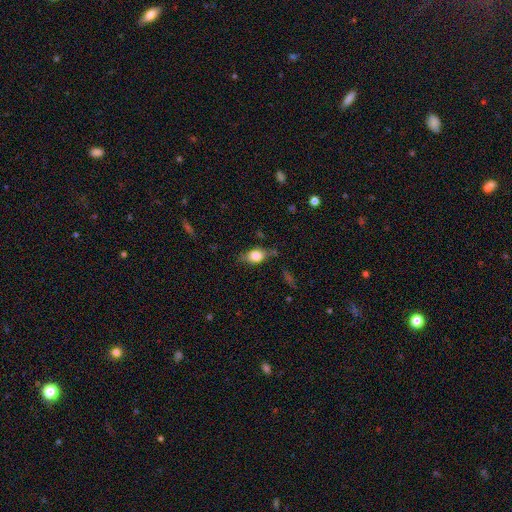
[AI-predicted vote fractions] This is likely a smooth galaxy (73%). How rounded: likely in between (73%). Merging: likely none (65%).